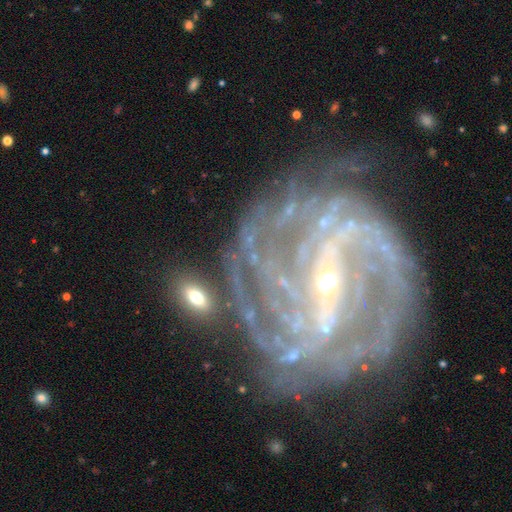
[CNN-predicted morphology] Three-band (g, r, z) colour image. It shows a featured or disk galaxy (91%) with a strong bar (43%), 4 (22%) tight (63%) spiral arms (98%) and a small central bulge (80%). Merging: none (70%).